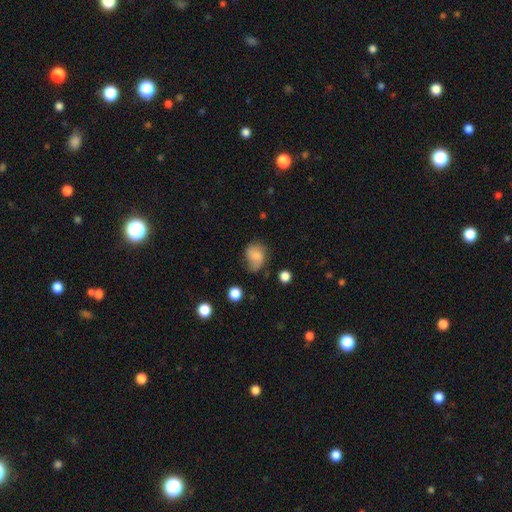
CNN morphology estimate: A smooth galaxy with no disk features (67%) that is round (53%). Merging: none (48%).